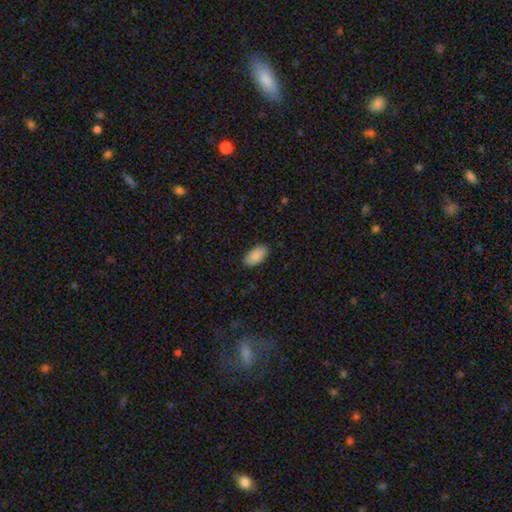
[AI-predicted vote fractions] Morphology: type=smooth (90%); roundness=in between (95%); merging=none (88%).